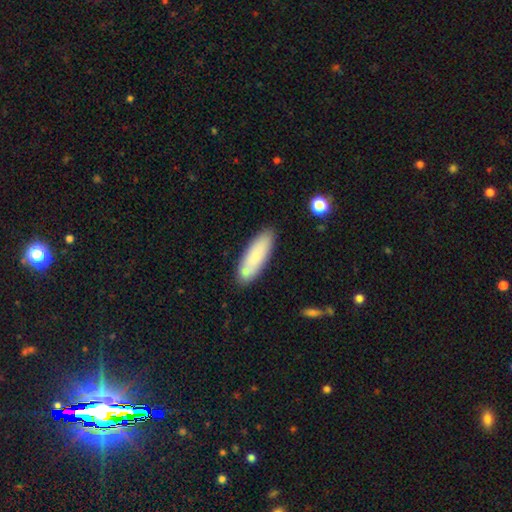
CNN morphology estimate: A smooth galaxy with no disk features (78%) that is cigar-shaped (52%). Merging: none (78%).